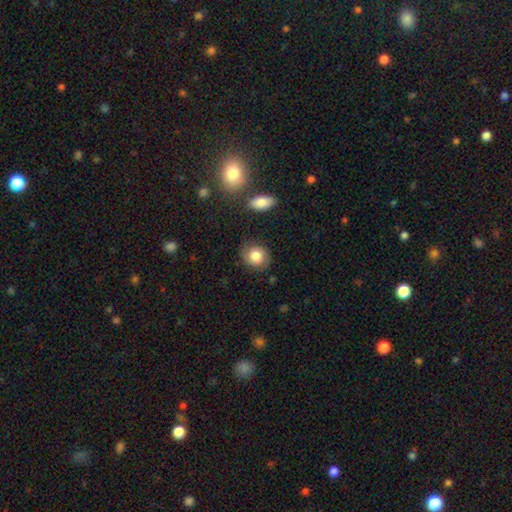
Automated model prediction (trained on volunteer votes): The model was most divided on "how rounded": round: 68%, in between: 31%, cigar-shaped: 1%. More confident: merging — none (79%); smooth or featured — smooth (73%).